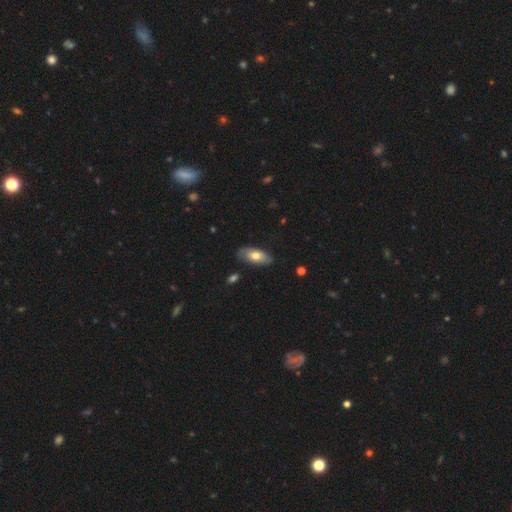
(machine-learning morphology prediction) smooth-or-featured: smooth: 64% | featured or disk: 30% | star or artifact: 6%
  how-rounded: in between: 88% | cigar-shaped: 9% | round: 3%
  merging: none: 80% | minor disturbance: 16% | major disturbance: 3% | merger: 2%